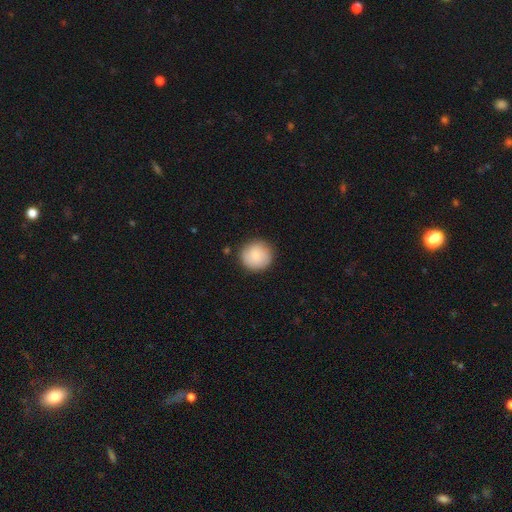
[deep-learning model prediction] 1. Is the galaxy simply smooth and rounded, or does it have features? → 84% smooth, 9% featured or disk, 6% star or artifact.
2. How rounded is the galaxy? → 93% round, 6% in between, 1% cigar-shaped.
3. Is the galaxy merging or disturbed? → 86% none, 10% minor disturbance, 2% major disturbance, 1% merger.